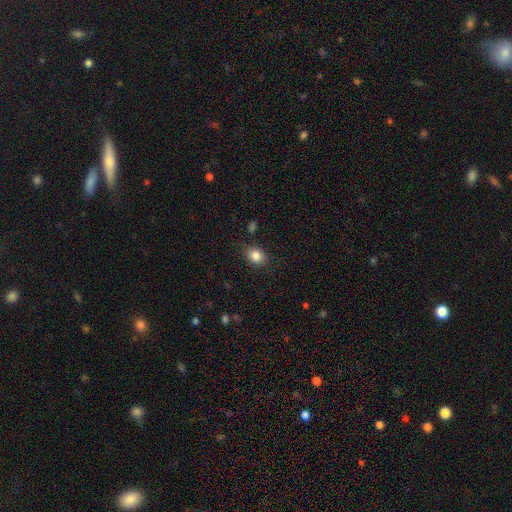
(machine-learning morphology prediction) A smooth galaxy with no disk features (85%) that is in between round and cigar-shaped (57%).

Vote fractions:
- Smooth or featured? smooth: 85% / star or artifact: 9% / featured or disk: 6%
- How rounded? in between: 57% / round: 42% / cigar-shaped: 1%
- Merging? none: 84% / minor disturbance: 11% / major disturbance: 3% / merger: 2%